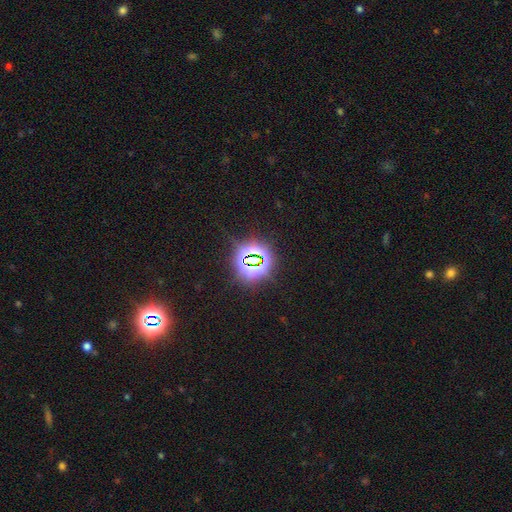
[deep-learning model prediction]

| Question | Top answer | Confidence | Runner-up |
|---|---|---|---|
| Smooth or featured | star or artifact | 78% | smooth (14%) |